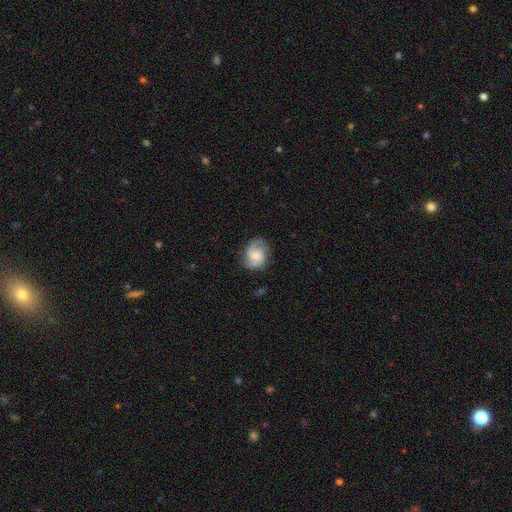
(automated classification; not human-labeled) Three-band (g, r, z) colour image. It shows a featured or disk galaxy (52%) with no bar (61%), spiral arms (90%) and a moderate central bulge (41%). Merging: none (71%).